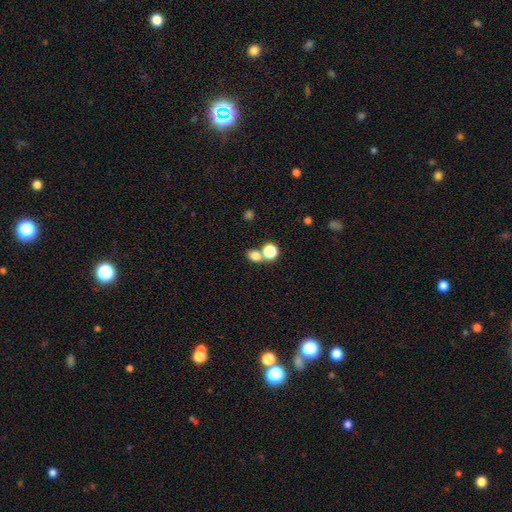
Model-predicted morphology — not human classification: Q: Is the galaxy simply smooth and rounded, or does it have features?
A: smooth — 77%.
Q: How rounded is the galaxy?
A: round — 52%.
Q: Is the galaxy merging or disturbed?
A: none — 52%.